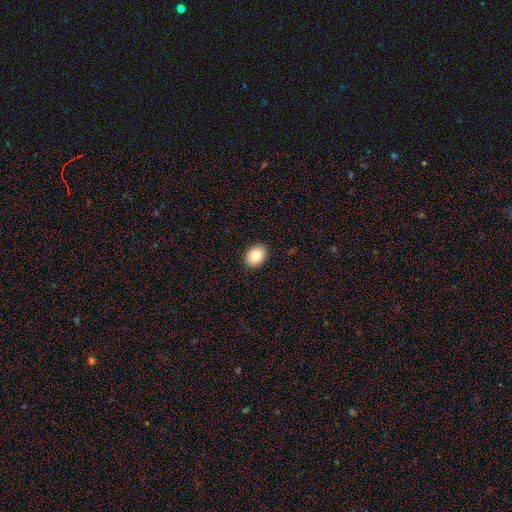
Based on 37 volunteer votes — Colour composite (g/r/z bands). It shows a smooth galaxy with no disk features (89%) that is in between round and cigar-shaped (64%). Merging: none (89%).